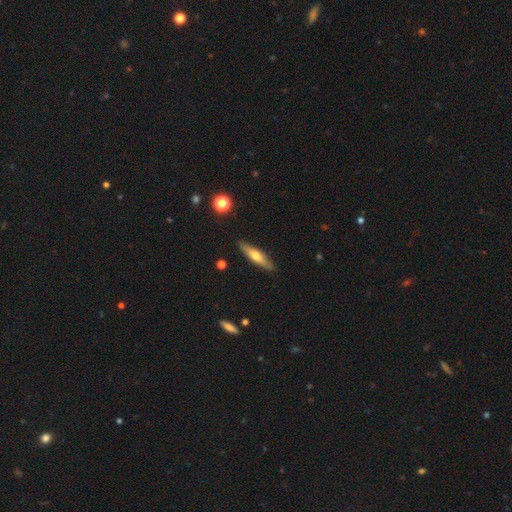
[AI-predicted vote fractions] smooth-or-featured: featured or disk: 48% | smooth: 45% | star or artifact: 6%
  merging: none: 89% | minor disturbance: 8% | major disturbance: 2% | merger: 1%